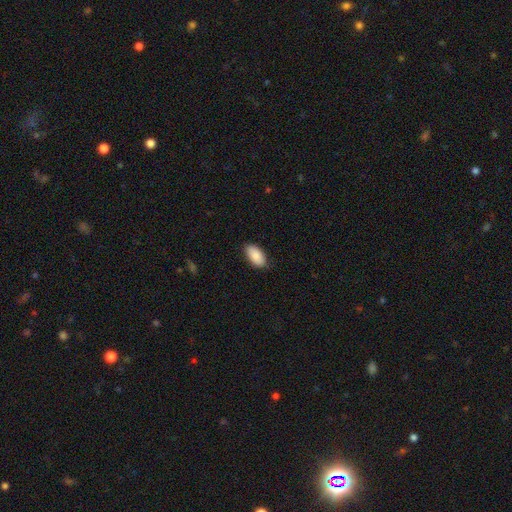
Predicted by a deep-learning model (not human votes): Overall: smooth (87%). How rounded: in between (95%). Merging: none (84%).